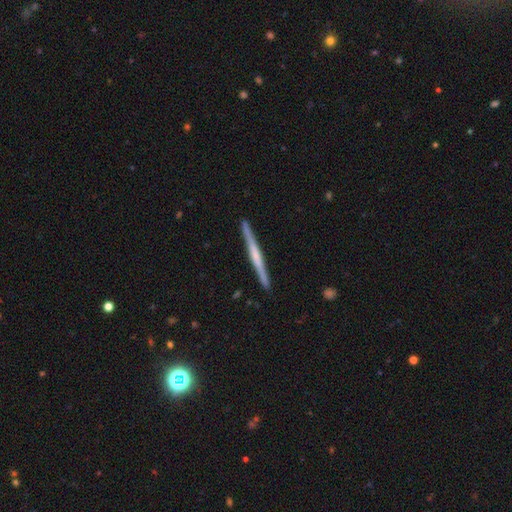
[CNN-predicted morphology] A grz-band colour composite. It shows a featured or disk galaxy (66%) viewed edge-on (98%) with no central bulge (47%). Merging: none (92%).